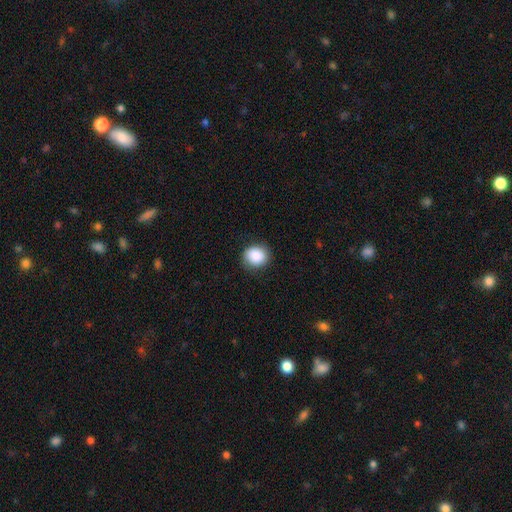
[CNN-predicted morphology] Overall: smooth (88%). How rounded: round (76%). Merging: none (85%).